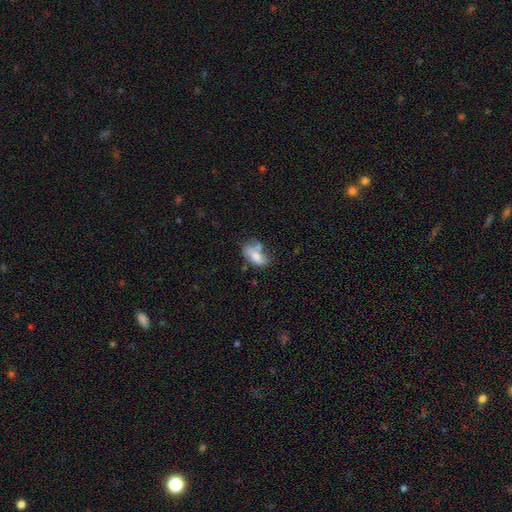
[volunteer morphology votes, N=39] smooth_or_featured: smooth (p=0.72) [alt: featured or disk p=0.28]
how_rounded: in between (p=0.96) [alt: round p=0.04]
merging: none (p=0.31) [alt: merger p=0.28]